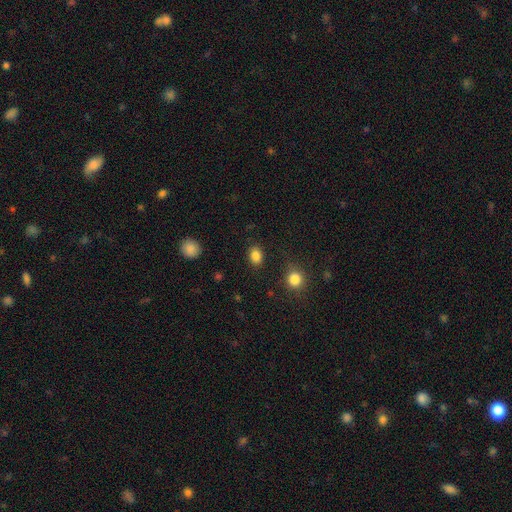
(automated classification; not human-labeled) This appears to be a smooth galaxy with no disk features (85%) that is in between round and cigar-shaped (62%). Merging: none (85%).